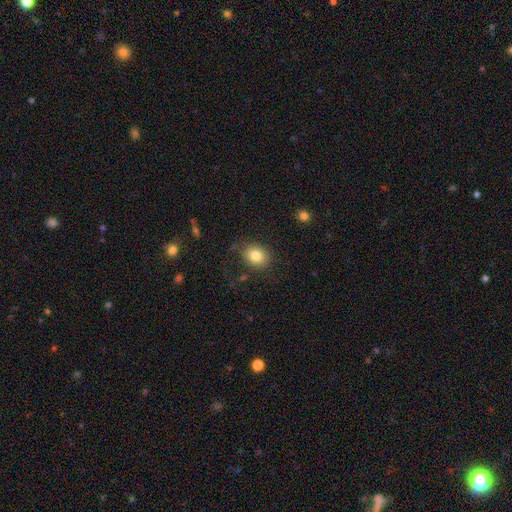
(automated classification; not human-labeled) Smooth or featured?
  - smooth: 81% *
  - star or artifact: 10%
  - featured or disk: 9%
How rounded?
  - round: 53% *
  - in between: 46%
  - cigar-shaped: 1%
Merging?
  - none: 78% *
  - minor disturbance: 14%
  - major disturbance: 6%
  - merger: 2%